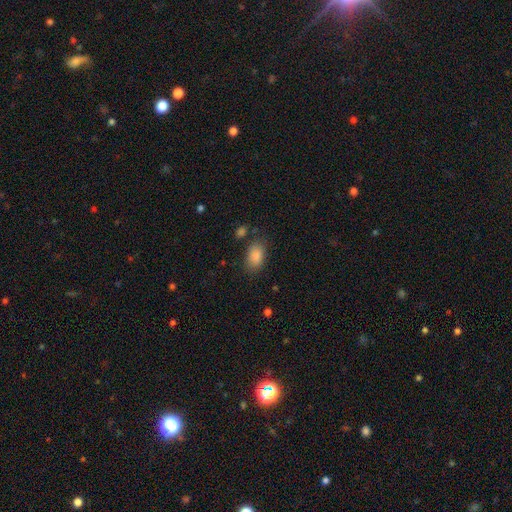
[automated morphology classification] This is clearly a smooth galaxy (86%). How rounded: clearly in between (89%). Merging: likely none (78%).